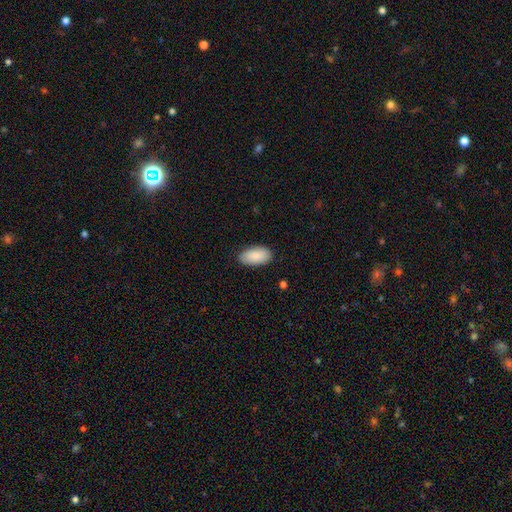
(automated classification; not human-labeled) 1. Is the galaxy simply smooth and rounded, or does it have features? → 87% smooth, 7% featured or disk, 6% star or artifact.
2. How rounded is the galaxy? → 95% in between, 2% cigar-shaped, 2% round.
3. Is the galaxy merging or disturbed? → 86% none, 11% minor disturbance, 2% major disturbance, 1% merger.